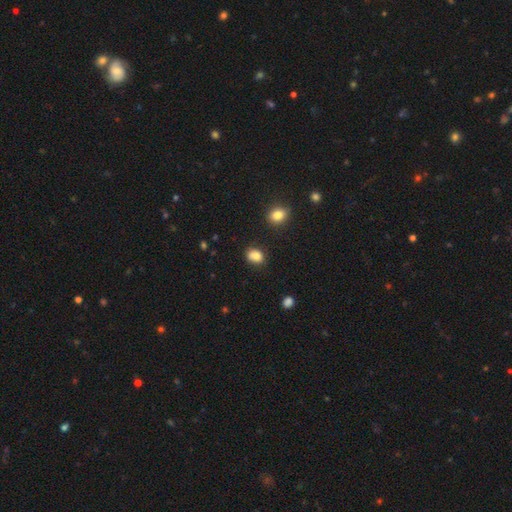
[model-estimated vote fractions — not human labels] smooth 81%, star or artifact 11%, featured or disk 8%. Down the decision tree: how rounded — in between (55%); merging — none (67%).